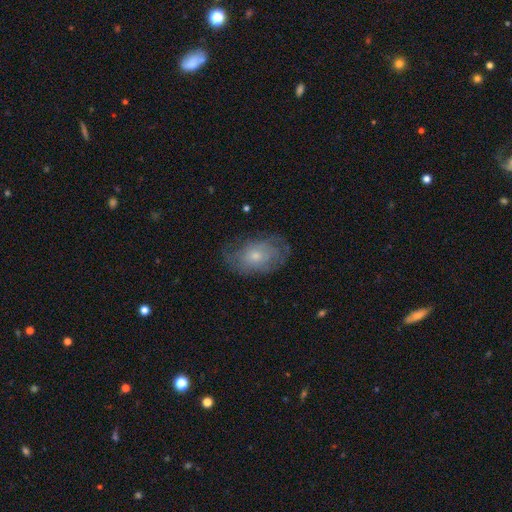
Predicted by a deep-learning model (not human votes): A featured or disk galaxy (49%). Merging: none (65%).